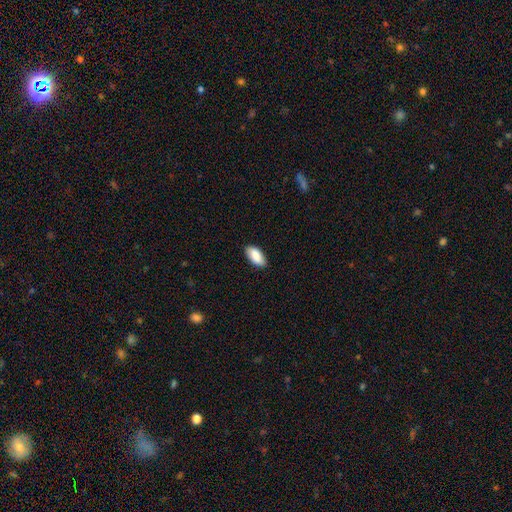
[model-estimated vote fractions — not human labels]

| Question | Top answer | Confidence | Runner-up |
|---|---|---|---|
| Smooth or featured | smooth | 88% | featured or disk (6%) |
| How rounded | in between | 93% | cigar-shaped (4%) |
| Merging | none | 87% | minor disturbance (10%) |